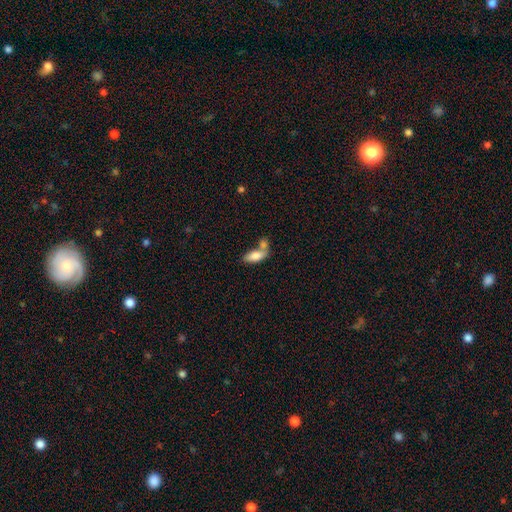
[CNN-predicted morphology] Smooth or featured? Predicted: smooth (p=0.79). How rounded? Predicted: in between (p=0.83). Merging? Predicted: merger (p=0.51).